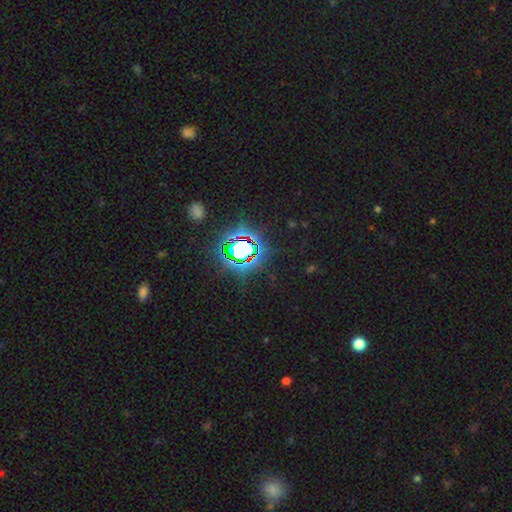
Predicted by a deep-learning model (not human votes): smooth_or_featured: star or artifact (p=0.77) [alt: smooth p=0.14]